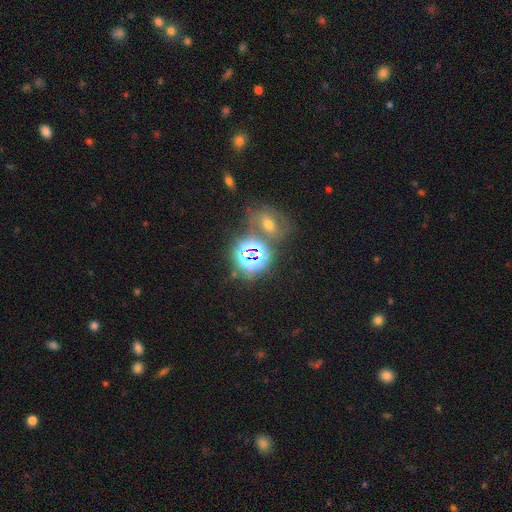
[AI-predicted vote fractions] A star or artifact, not a galaxy (68%).